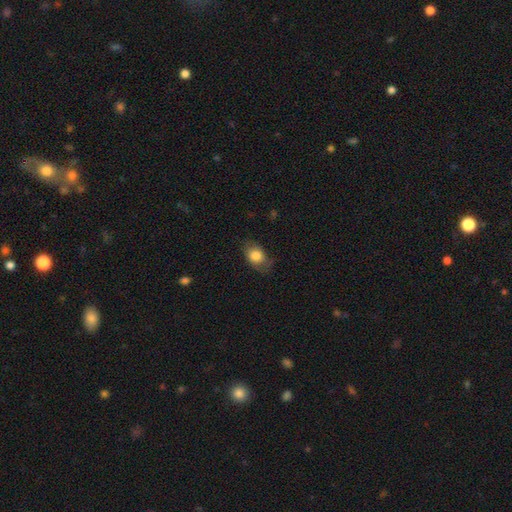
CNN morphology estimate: Smooth or featured?
  - smooth: 79% *
  - featured or disk: 14%
  - star or artifact: 8%
How rounded?
  - in between: 70% *
  - round: 28%
  - cigar-shaped: 2%
Merging?
  - none: 63% *
  - minor disturbance: 25%
  - major disturbance: 10%
  - merger: 1%